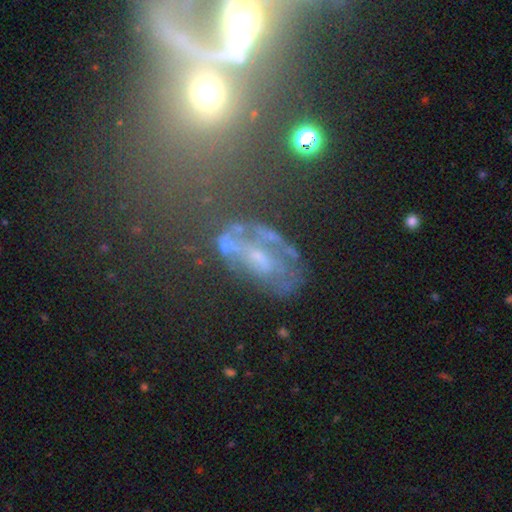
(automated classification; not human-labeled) smooth_or_featured: featured or disk (p=0.58) [alt: smooth p=0.22]
disk_edge_on: no (p=0.90) [alt: yes p=0.10]
bar: no (p=0.58) [alt: weak p=0.28]
has_spiral_arms: no (p=0.55) [alt: yes p=0.45]
bulge_size: small (p=0.47) [alt: moderate p=0.25]
merging: none (p=0.42) [alt: major disturbance p=0.26]